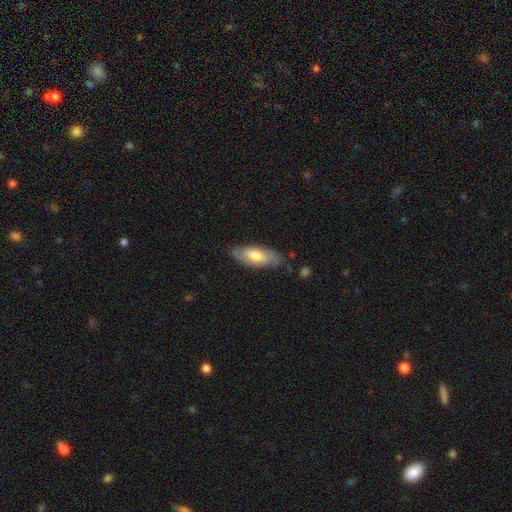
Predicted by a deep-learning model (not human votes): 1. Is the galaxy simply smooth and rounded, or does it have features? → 53% smooth, 41% featured or disk, 6% star or artifact.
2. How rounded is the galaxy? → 78% in between, 20% cigar-shaped, 2% round.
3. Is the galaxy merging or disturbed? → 74% none, 20% minor disturbance, 5% major disturbance, 2% merger.